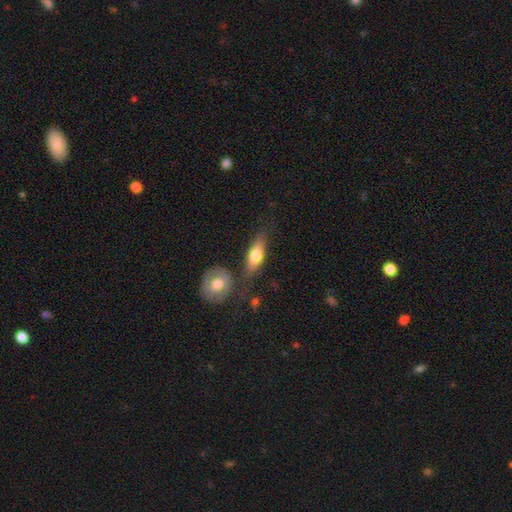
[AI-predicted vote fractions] smooth-or-featured: smooth: 67% | featured or disk: 26% | star or artifact: 6%
  how-rounded: in between: 66% | cigar-shaped: 28% | round: 6%
  merging: none: 67% | minor disturbance: 16% | merger: 12% | major disturbance: 6%